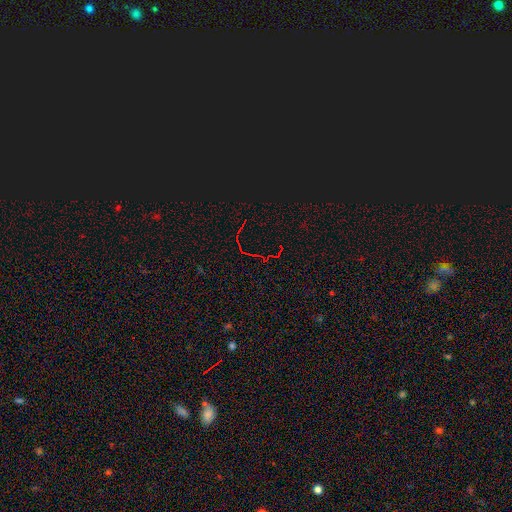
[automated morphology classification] A star or artifact, not a galaxy (78%).